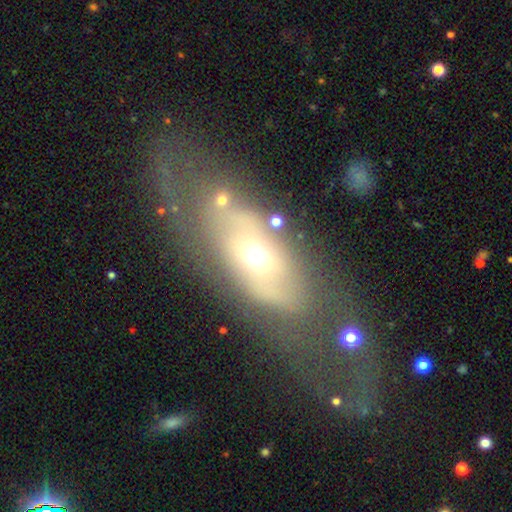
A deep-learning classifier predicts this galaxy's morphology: Smooth or featured? featured or disk (63%)
Edge-on disk? no (80%)
Bar? no (72%)
Spiral arms? no (58%)
Bulge size? moderate (64%)
Merging? none (53%)